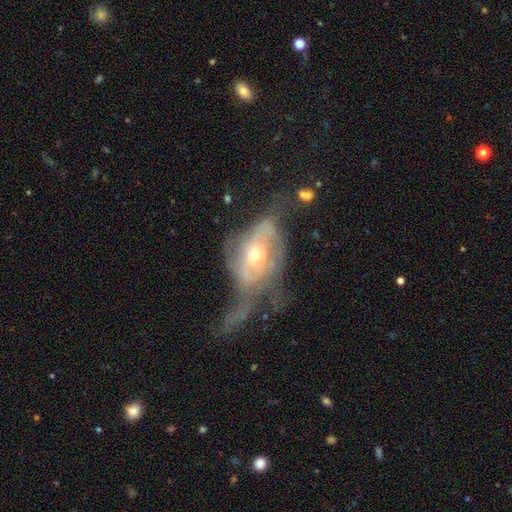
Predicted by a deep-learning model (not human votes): This appears to be a featured or disk galaxy (69%) with no bar (72%), spiral arms (60%) and a small central bulge (50%). Merging: major disturbance (57%).